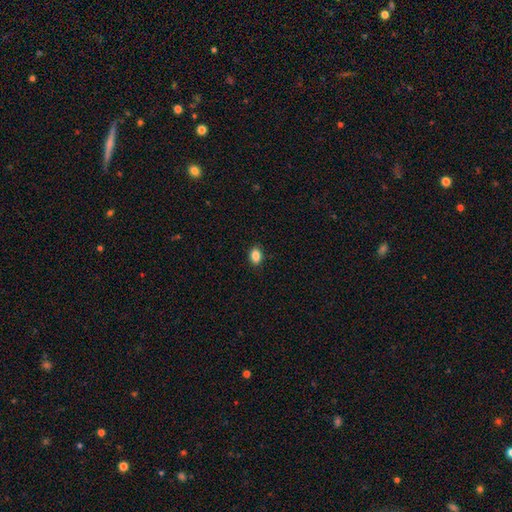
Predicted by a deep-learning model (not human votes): Smooth or featured? smooth (87%)
How rounded? in between (73%)
Merging? none (89%)